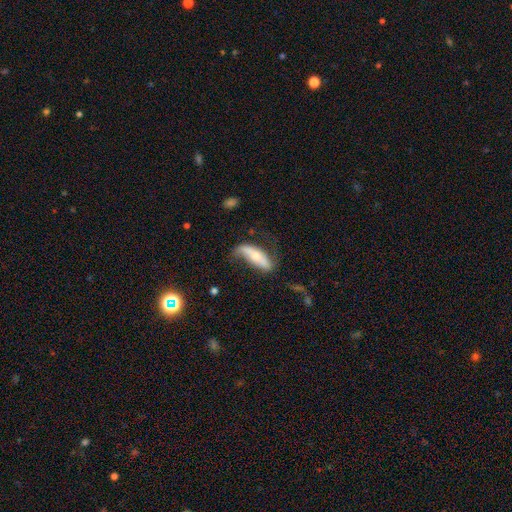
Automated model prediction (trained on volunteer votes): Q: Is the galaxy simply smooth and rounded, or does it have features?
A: featured or disk — 53%.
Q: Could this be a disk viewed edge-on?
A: no — 70%.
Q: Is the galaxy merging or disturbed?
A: none — 51%.